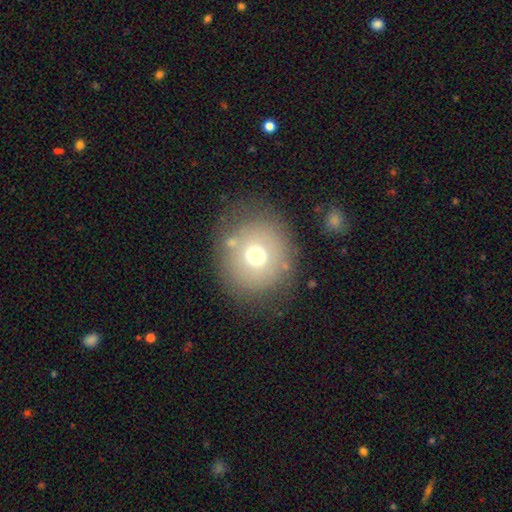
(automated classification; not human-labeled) This appears to be a smooth galaxy with no disk features (66%) that is round (92%). Merging: none (77%).